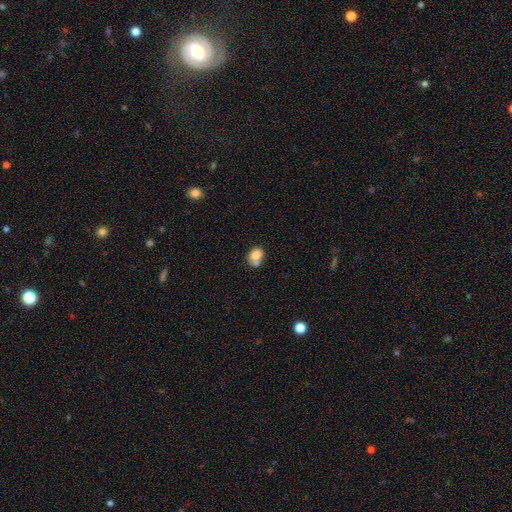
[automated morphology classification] A smooth galaxy with no disk features (79%) that is in between round and cigar-shaped (50%). Merging: merger (41%).